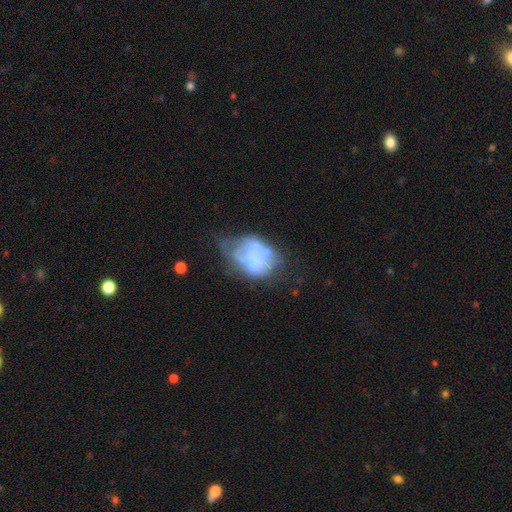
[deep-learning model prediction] Smooth or featured?
  - featured or disk: 49% *
  - smooth: 41%
  - star or artifact: 10%
Merging?
  - major disturbance: 31% *
  - minor disturbance: 26%
  - none: 23%
  - merger: 20%